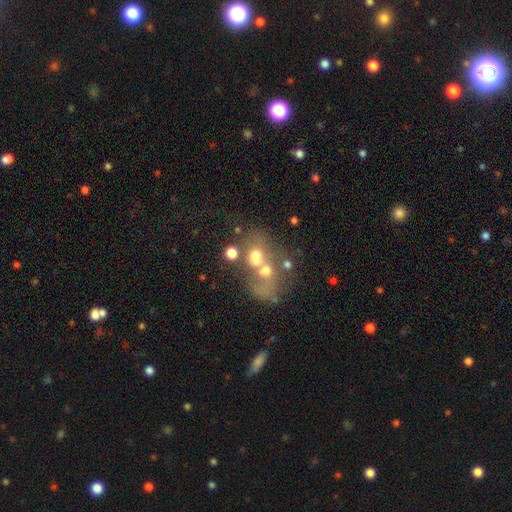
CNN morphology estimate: This appears to be a smooth galaxy with no disk features (50%). Merging: merger (54%).